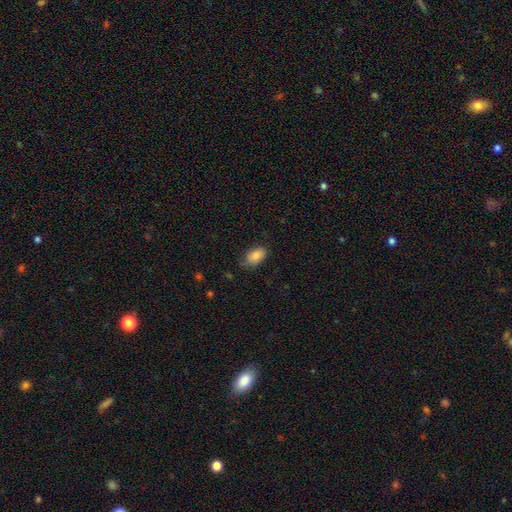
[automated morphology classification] smooth-or-featured: smooth: 83% | featured or disk: 10% | star or artifact: 7%
  how-rounded: in between: 91% | round: 8% | cigar-shaped: 1%
  merging: none: 65% | minor disturbance: 27% | major disturbance: 7% | merger: 2%